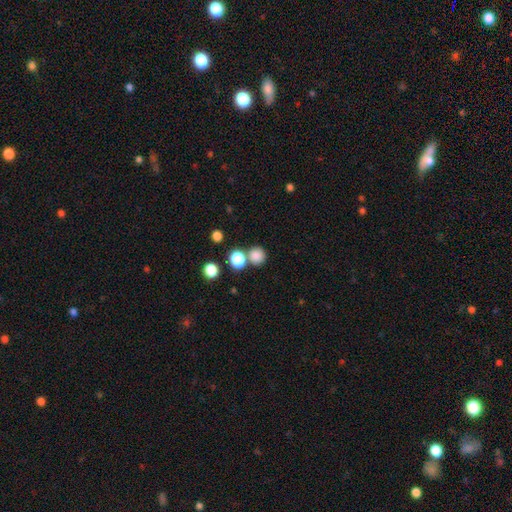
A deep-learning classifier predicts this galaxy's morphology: The model was most divided on "merging": none: 68%, merger: 21%, minor disturbance: 8%, major disturbance: 3%. More confident: how rounded — round (90%); smooth or featured — smooth (83%).